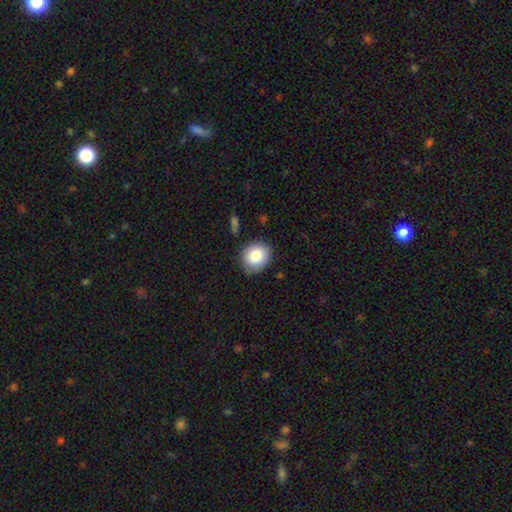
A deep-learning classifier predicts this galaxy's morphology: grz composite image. It shows a smooth galaxy with no disk features (85%) that is round (70%). Merging: none (79%).